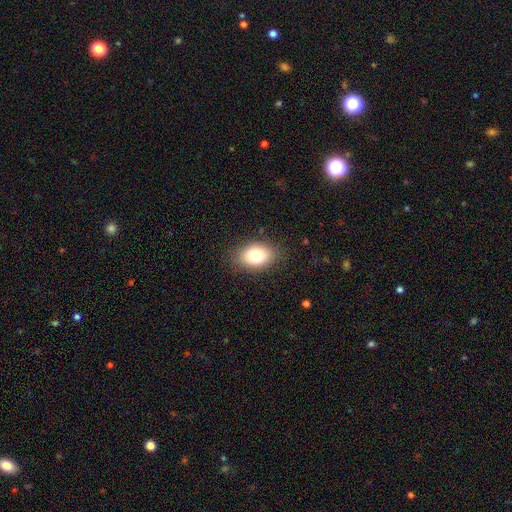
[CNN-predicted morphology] Smooth or featured? smooth (80%)
How rounded? in between (82%)
Merging? none (84%)